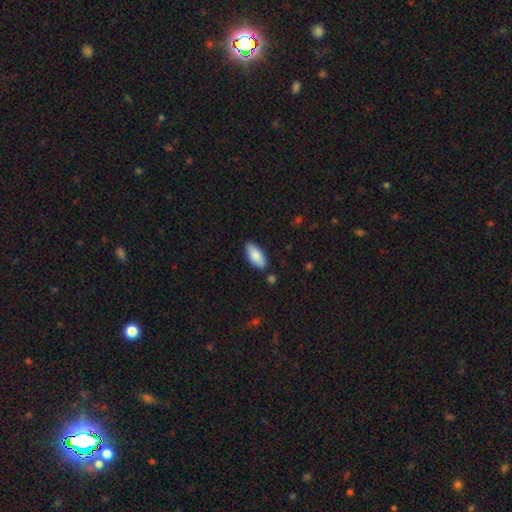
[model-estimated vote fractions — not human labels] smooth 87%, featured or disk 7%, star or artifact 6%. Down the decision tree: how rounded — in between (89%); merging — none (84%).